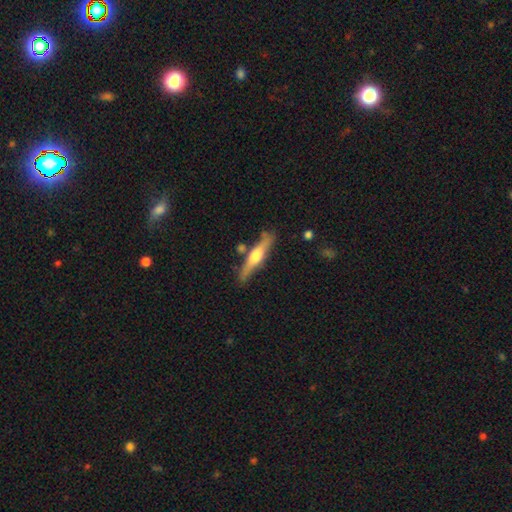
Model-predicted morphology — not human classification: The model was most divided on "smooth or featured": featured or disk: 62%, smooth: 33%, star or artifact: 5%. More confident: edge-on disk — yes (95%); edge-on bulge — rounded (91%); merging — none (76%).